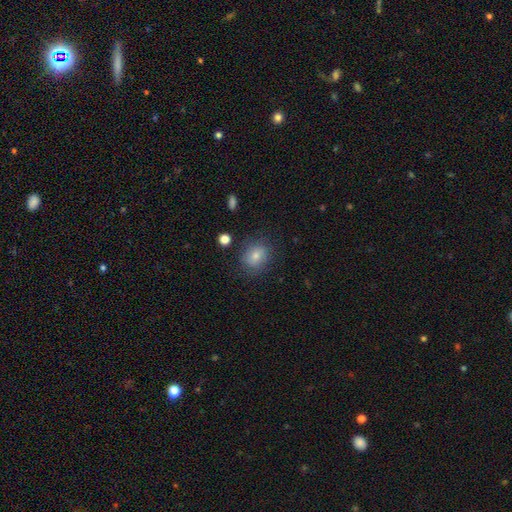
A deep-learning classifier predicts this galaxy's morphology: This appears to be a smooth galaxy with no disk features (71%) that is round (58%). Merging: none (81%).